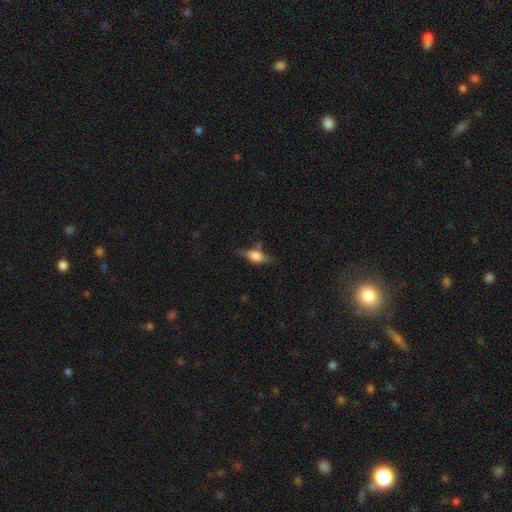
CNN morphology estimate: Overall: smooth (53%; featured or disk 39%). How rounded: in between (70%). Merging: none (65%).